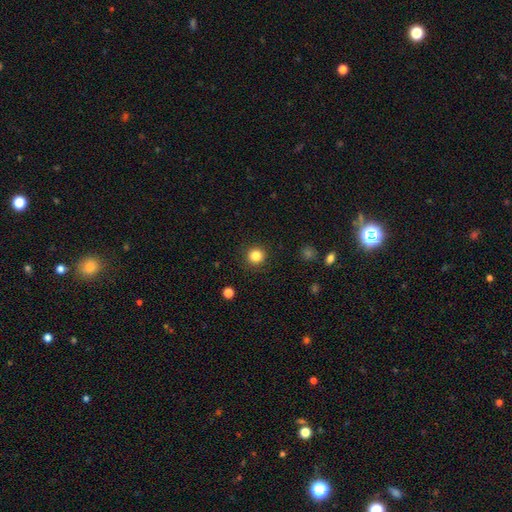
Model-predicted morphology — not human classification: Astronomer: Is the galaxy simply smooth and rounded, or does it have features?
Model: smooth — 84%.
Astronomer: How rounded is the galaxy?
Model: round — 94%.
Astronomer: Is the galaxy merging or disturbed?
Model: none — 91%.